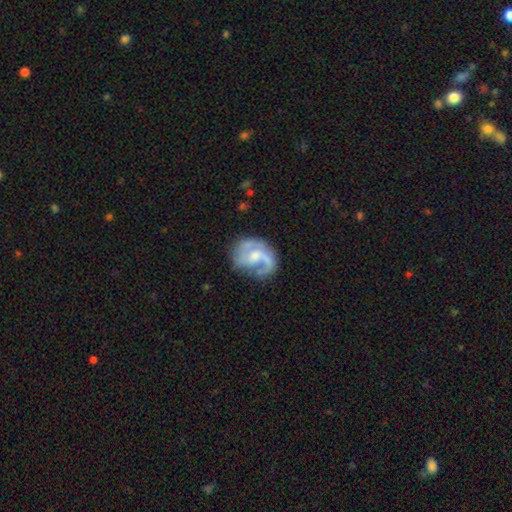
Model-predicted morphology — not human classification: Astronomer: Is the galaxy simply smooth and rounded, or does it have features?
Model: featured or disk — 79%.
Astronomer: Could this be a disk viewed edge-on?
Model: no — 98%.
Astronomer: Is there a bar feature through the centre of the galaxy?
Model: no — 47% (runner-up: weak, 44%).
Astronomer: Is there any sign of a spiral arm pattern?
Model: yes — 91%.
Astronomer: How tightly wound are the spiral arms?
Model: medium — 45% (runner-up: loose, 37%).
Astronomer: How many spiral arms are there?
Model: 2 — 59%.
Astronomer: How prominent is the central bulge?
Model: moderate — 47% (runner-up: small, 39%).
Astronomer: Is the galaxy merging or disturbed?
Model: none — 54%.